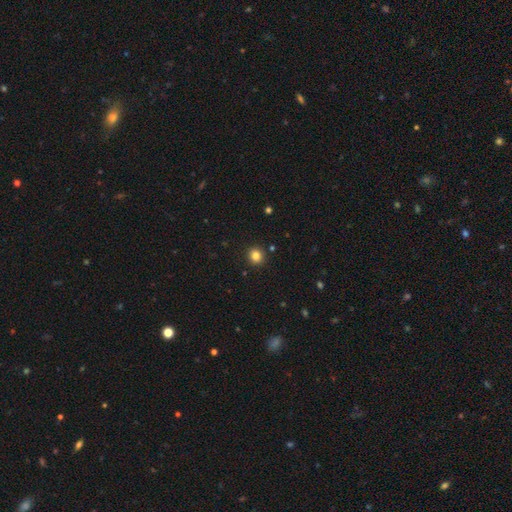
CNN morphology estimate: Smooth or featured: smooth — 82% (star or artifact — 12%)
How rounded: round — 89% (in between — 10%)
Merging: none — 91% (minor disturbance — 5%)